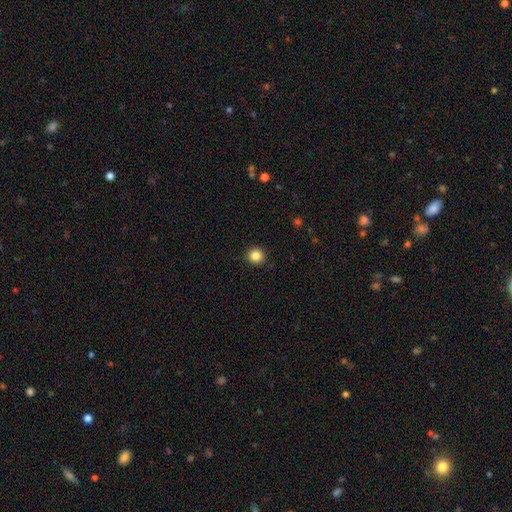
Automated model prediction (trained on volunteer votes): Smooth or featured: smooth — 85% (star or artifact — 11%)
How rounded: round — 93% (in between — 6%)
Merging: none — 92% (minor disturbance — 5%)